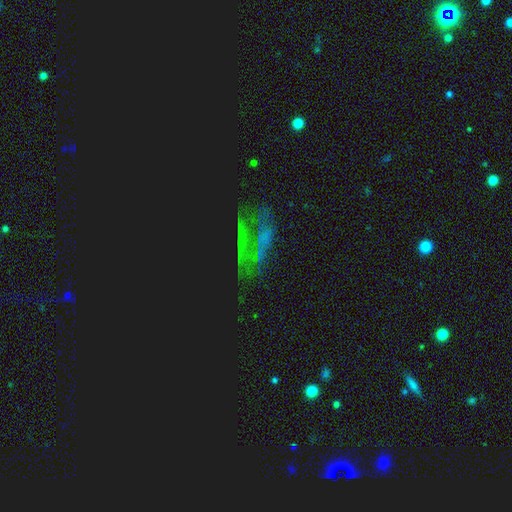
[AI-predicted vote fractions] The model was most divided on "smooth or featured": star or artifact: 49%, featured or disk: 32%, smooth: 18%.